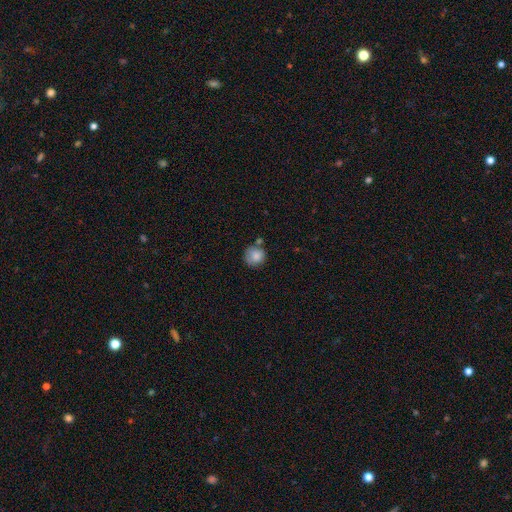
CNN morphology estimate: Overall: smooth (84%). How rounded: round (91%). Merging: none (65%).